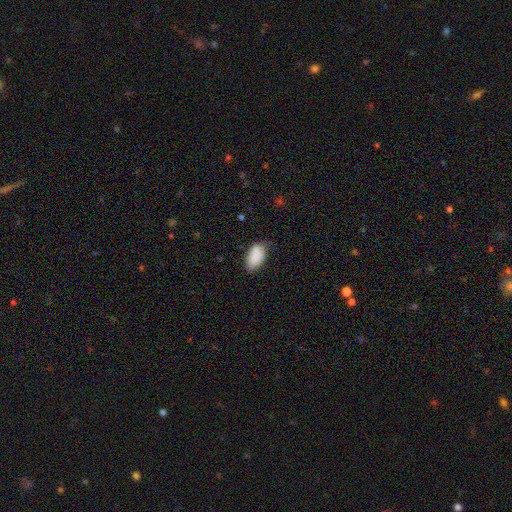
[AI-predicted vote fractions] A smooth galaxy with no disk features (88%) that is in between round and cigar-shaped (94%). Merging: none (67%).